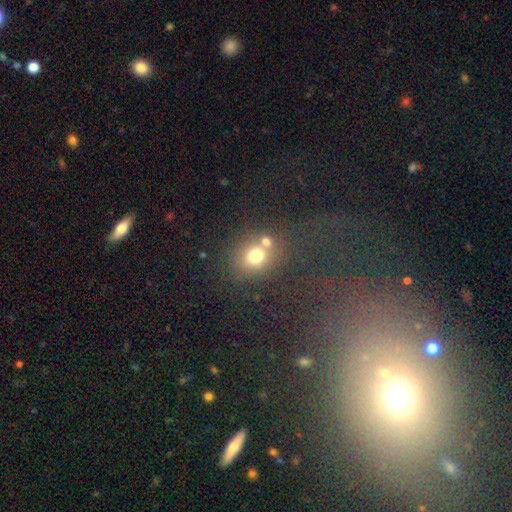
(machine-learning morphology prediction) Smooth or featured: smooth — 71% (star or artifact — 17%)
How rounded: round — 69% (in between — 30%)
Merging: none — 52% (merger — 31%)